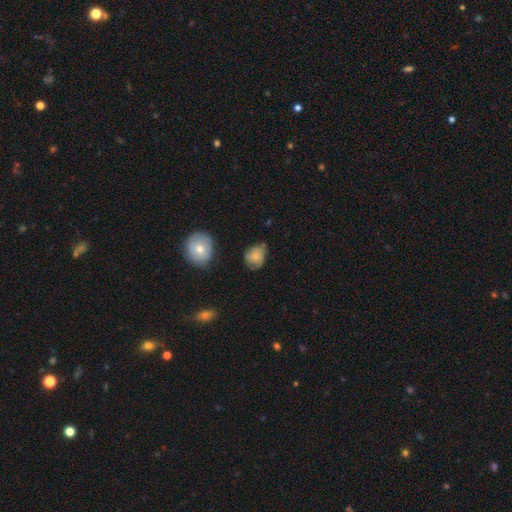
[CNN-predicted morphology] Q: Smooth or featured?
A: smooth (65%); runner-up: featured or disk (26%)
Q: How rounded?
A: round (52%); runner-up: in between (47%)
Q: Merging?
A: none (53%); runner-up: minor disturbance (34%)